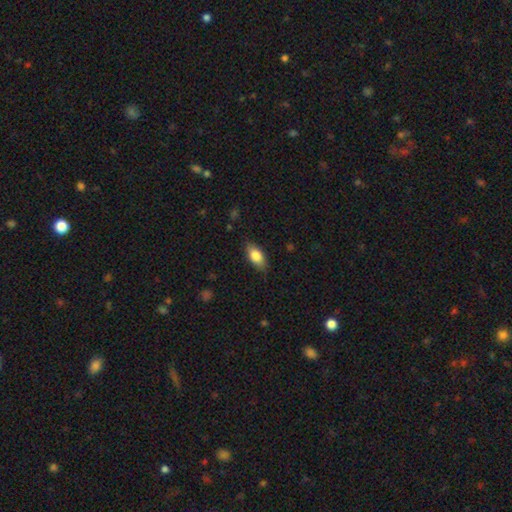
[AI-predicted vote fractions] This appears to be a smooth galaxy with no disk features (81%) that is in between round and cigar-shaped (88%). Merging: none (83%).